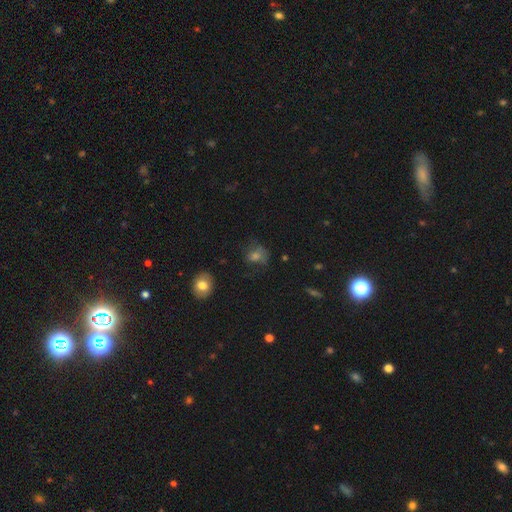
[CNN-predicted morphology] type=smooth (54%); roundness=round (56%); merging=none (55%).